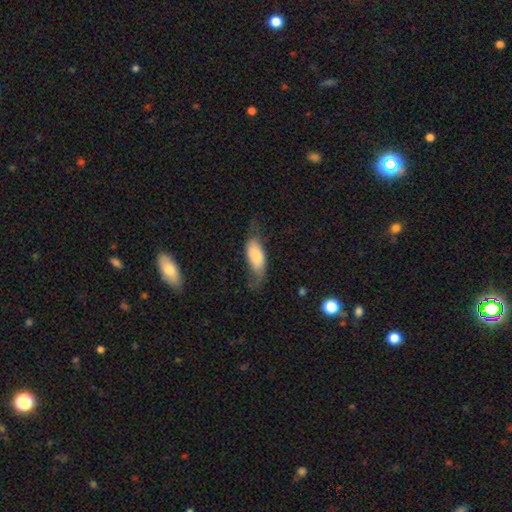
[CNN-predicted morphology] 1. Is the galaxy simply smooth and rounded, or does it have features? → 72% smooth, 22% featured or disk, 6% star or artifact.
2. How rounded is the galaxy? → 80% in between, 18% cigar-shaped, 3% round.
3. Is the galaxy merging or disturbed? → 47% none, 31% minor disturbance, 19% major disturbance, 2% merger.